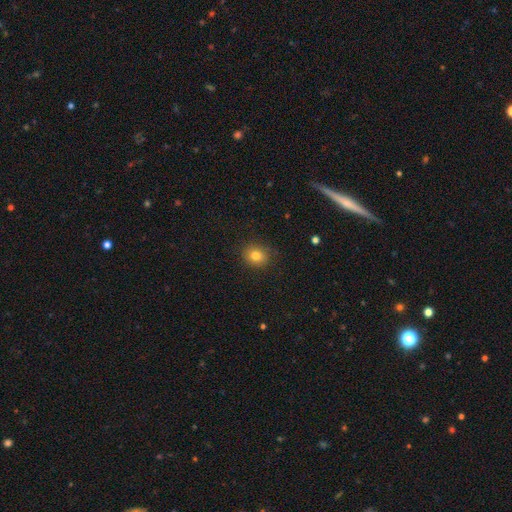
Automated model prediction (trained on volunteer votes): smooth-or-featured: smooth: 81% | star or artifact: 12% | featured or disk: 7%
  how-rounded: round: 79% | in between: 20% | cigar-shaped: 1%
  merging: none: 86% | minor disturbance: 10% | major disturbance: 3% | merger: 1%